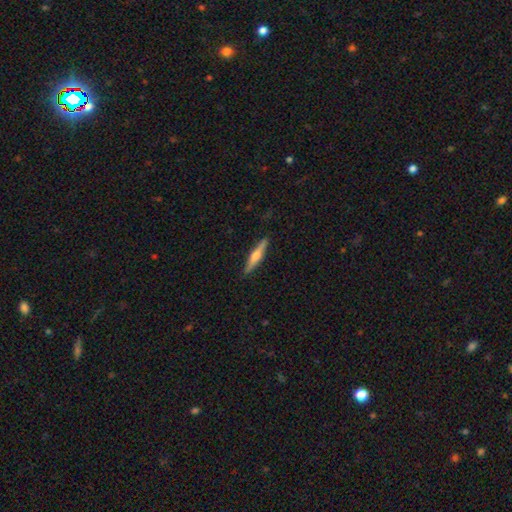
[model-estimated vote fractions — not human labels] Smooth or featured?
  - featured or disk: 60% *
  - smooth: 34%
  - star or artifact: 5%
Edge-on disk?
  - yes: 97% *
  - no: 3%
Edge-on bulge?
  - rounded: 87% *
  - boxy: 7%
  - none: 5%
Merging?
  - none: 90% *
  - minor disturbance: 8%
  - major disturbance: 2%
  - merger: 1%